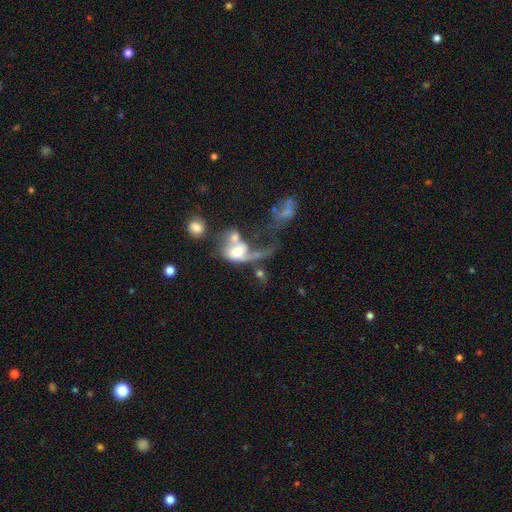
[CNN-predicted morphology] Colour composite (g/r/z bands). It shows a featured or disk galaxy (45%). Merging: merger (47%).